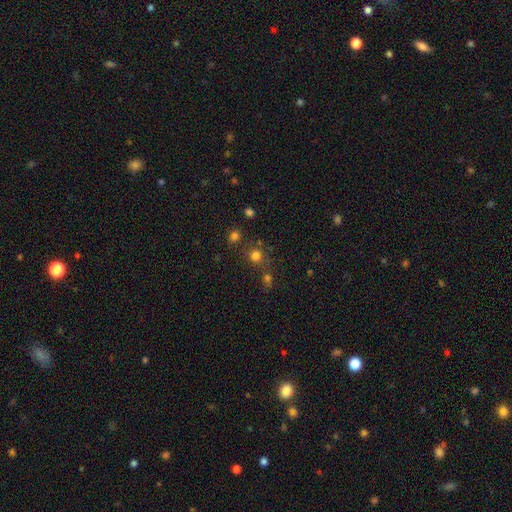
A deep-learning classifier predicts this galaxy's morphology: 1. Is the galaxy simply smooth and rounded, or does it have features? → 72% smooth, 21% star or artifact, 7% featured or disk.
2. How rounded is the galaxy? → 87% round, 11% in between, 1% cigar-shaped.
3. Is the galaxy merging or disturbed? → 68% none, 18% merger, 9% minor disturbance, 5% major disturbance.